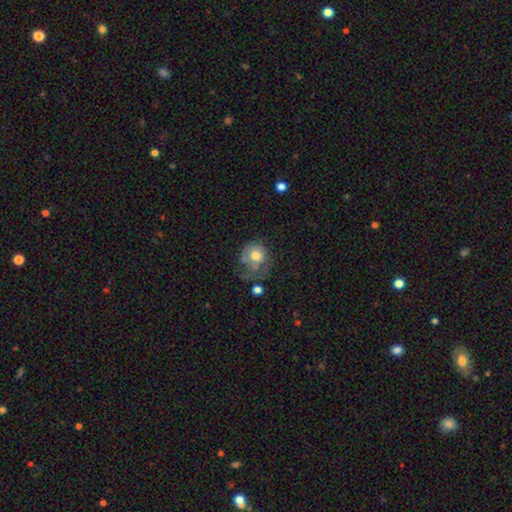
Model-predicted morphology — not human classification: Overall: smooth (56%; featured or disk 36%). How rounded: round (73%). Merging: major disturbance (40%; none 29%).